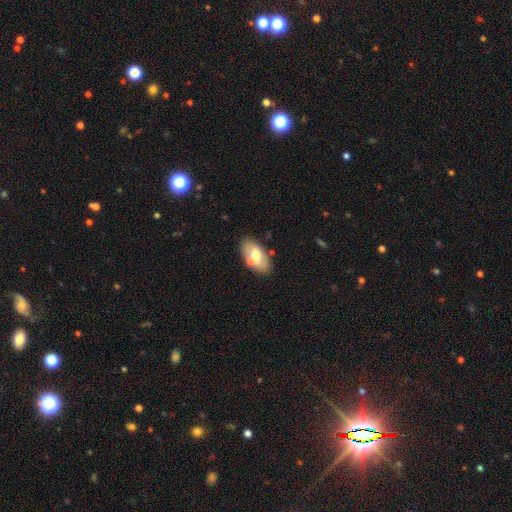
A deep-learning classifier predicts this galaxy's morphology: The model was most divided on "smooth or featured": smooth: 60%, featured or disk: 33%, star or artifact: 7%. More confident: how rounded — in between (93%); merging — none (71%).